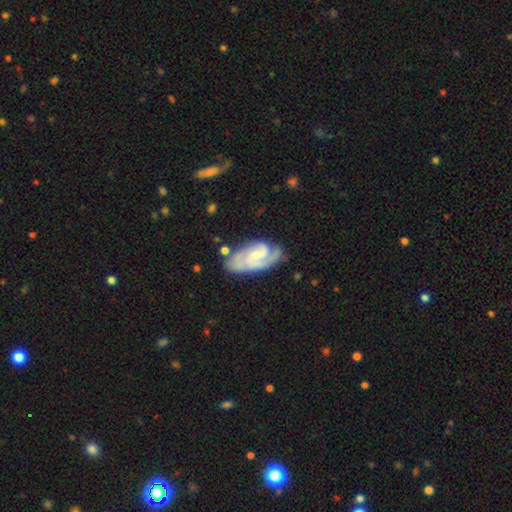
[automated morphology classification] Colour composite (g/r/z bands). It shows a featured or disk galaxy (85%) with no bar (44%, tied with weak), 2 (64%) tight (56%) spiral arms (97%) and a small central bulge (59%). Merging: none (68%).